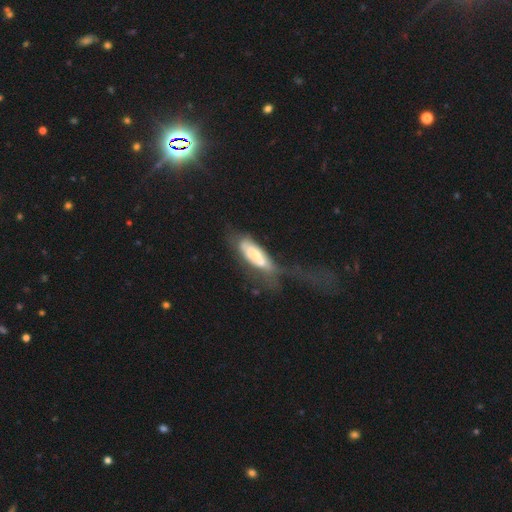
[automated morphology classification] A smooth galaxy with no disk features (47%). Merging: major disturbance (43%).